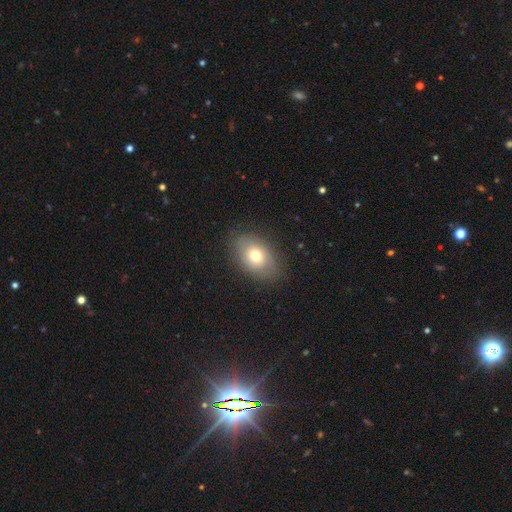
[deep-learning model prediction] The model was most divided on "smooth or featured": smooth: 71%, featured or disk: 19%, star or artifact: 10%. More confident: merging — none (82%); how rounded — in between (80%).